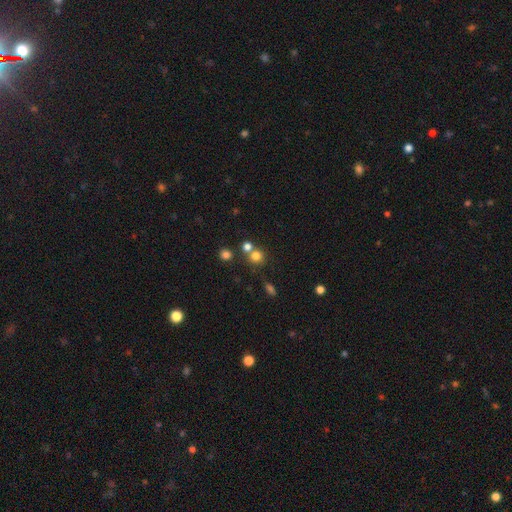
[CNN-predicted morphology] smooth_or_featured: smooth (p=0.77) [alt: star or artifact p=0.15]
how_rounded: round (p=0.87) [alt: in between p=0.12]
merging: none (p=0.61) [alt: merger p=0.27]